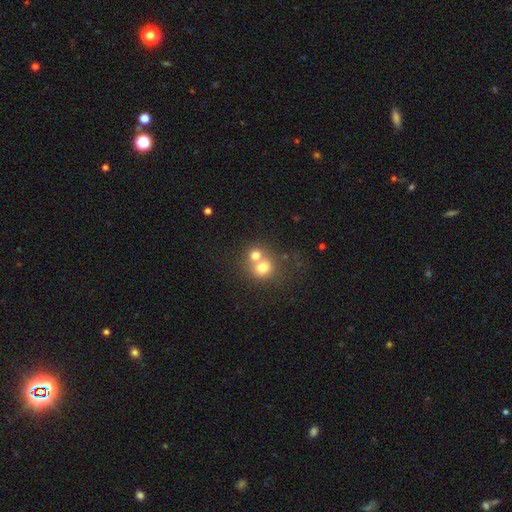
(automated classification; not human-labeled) Overall: smooth (72%). How rounded: round (80%). Merging: merger (61%; none 32%).